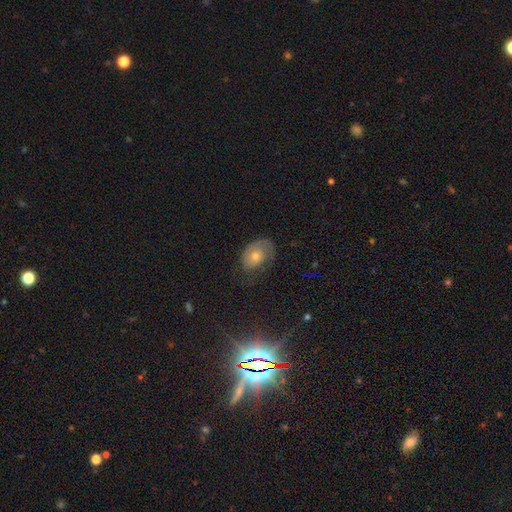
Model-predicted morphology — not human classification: Smooth or featured?
  - featured or disk: 50% *
  - smooth: 33%
  - star or artifact: 17%
Merging?
  - none: 61% *
  - minor disturbance: 24%
  - major disturbance: 13%
  - merger: 2%